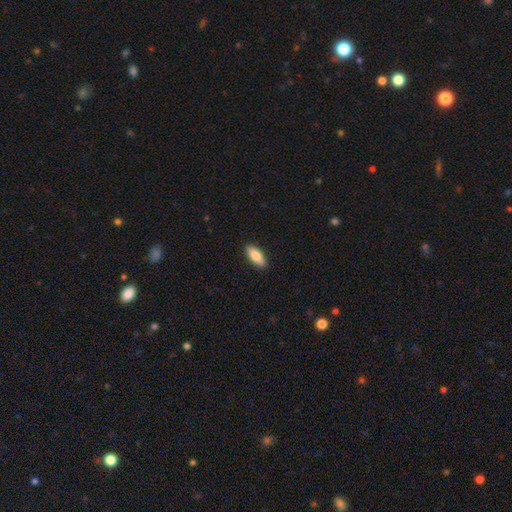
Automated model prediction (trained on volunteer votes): Smooth or featured? Predicted: smooth (p=0.79). How rounded? Predicted: in between (p=0.72). Merging? Predicted: none (p=0.90).